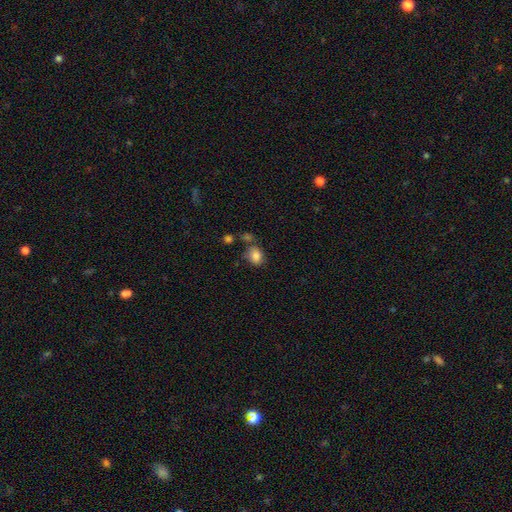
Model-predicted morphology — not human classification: smooth_or_featured: smooth (p=0.83) [alt: star or artifact p=0.10]
how_rounded: in between (p=0.57) [alt: round p=0.42]
merging: none (p=0.62) [alt: minor disturbance p=0.18]